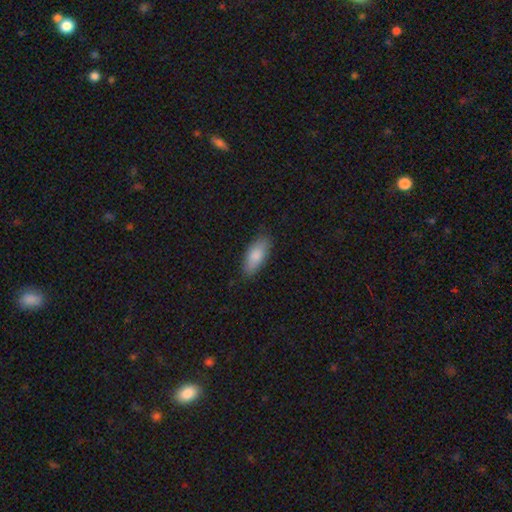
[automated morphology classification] This is clearly a smooth galaxy (84%). How rounded: clearly in between (84%). Merging: clearly none (83%).